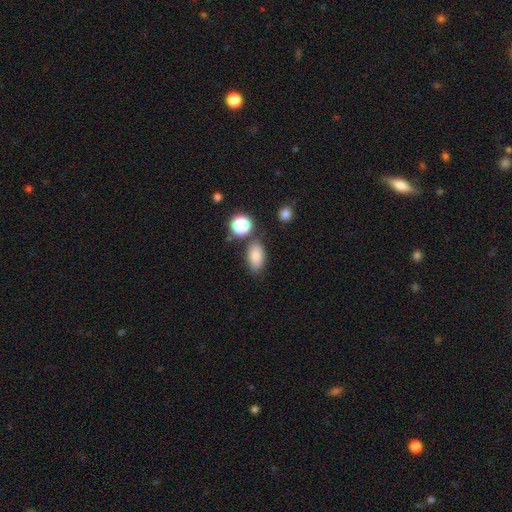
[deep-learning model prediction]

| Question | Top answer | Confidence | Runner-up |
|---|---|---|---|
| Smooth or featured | smooth | 81% | star or artifact (11%) |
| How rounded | in between | 88% | round (9%) |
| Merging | none | 75% | minor disturbance (14%) |